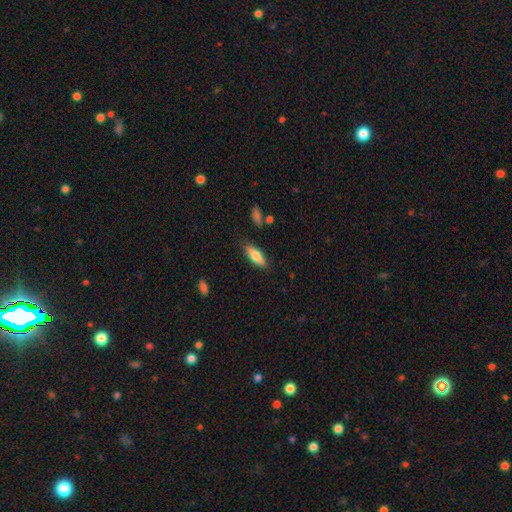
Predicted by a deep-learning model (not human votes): The model was most divided on "how rounded": in between: 57%, cigar-shaped: 41%, round: 2%. More confident: merging — none (82%); smooth or featured — smooth (72%).